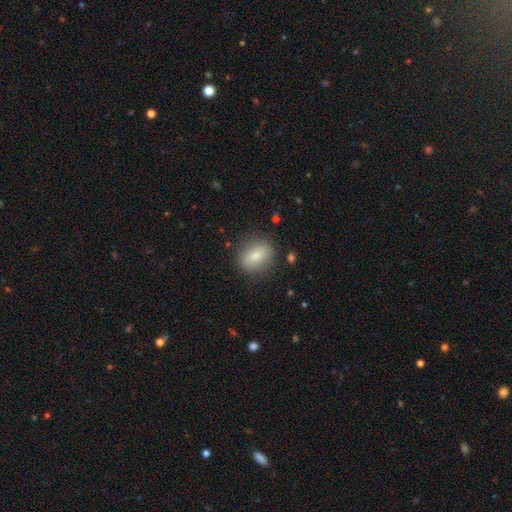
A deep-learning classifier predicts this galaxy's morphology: Smooth or featured? Predicted: smooth (p=0.76). How rounded? Predicted: in between (p=0.55). Merging? Predicted: none (p=0.84).